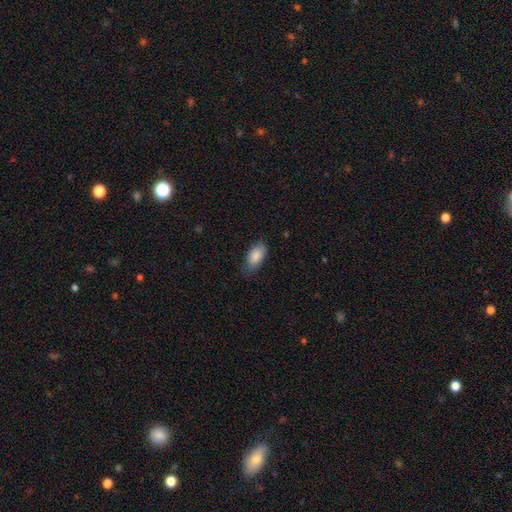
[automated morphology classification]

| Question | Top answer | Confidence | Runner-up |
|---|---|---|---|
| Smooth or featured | smooth | 88% | star or artifact (6%) |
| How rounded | in between | 93% | cigar-shaped (4%) |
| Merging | none | 70% | minor disturbance (24%) |